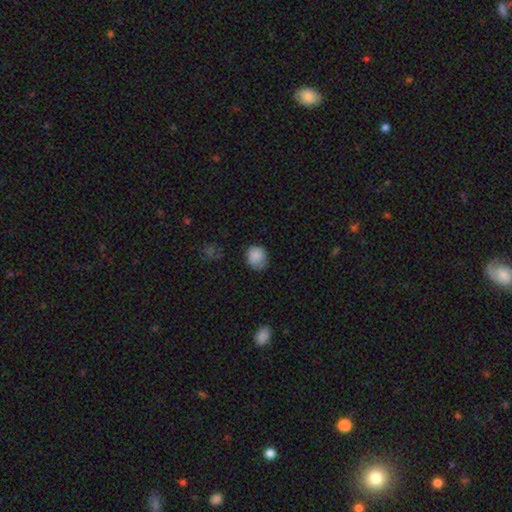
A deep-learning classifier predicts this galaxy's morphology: Overall: smooth (86%). How rounded: round (72%). Merging: none (69%).